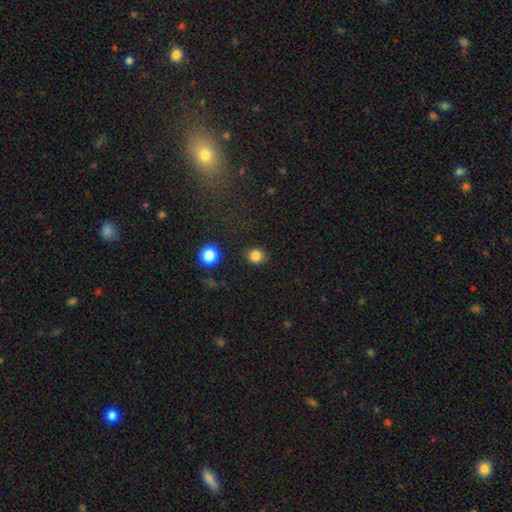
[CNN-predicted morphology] This appears to be a smooth galaxy with no disk features (83%) that is round (78%). Merging: none (86%).